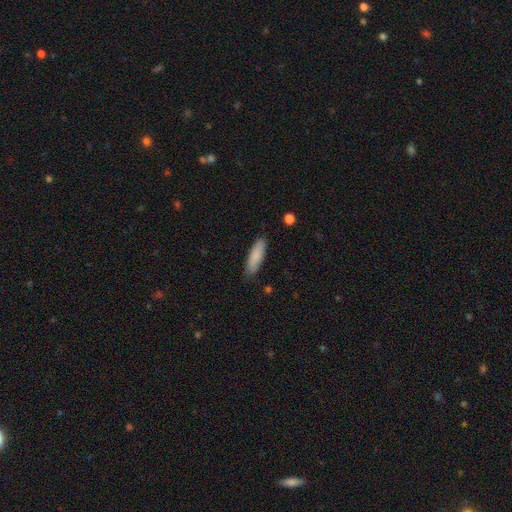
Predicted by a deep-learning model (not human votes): Overall: smooth (87%). How rounded: cigar-shaped (57%; in between 42%). Merging: none (86%).